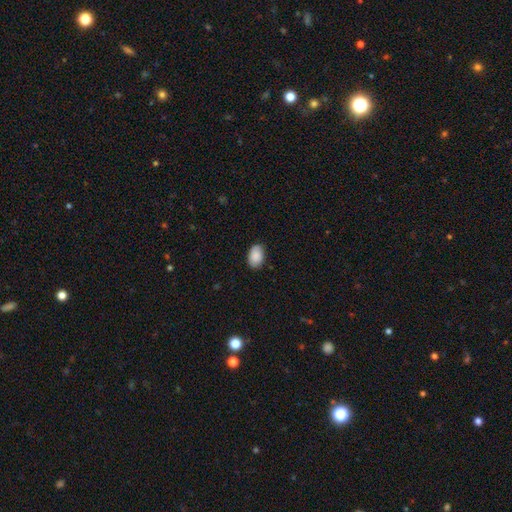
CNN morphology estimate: smooth_or_featured: smooth (p=0.88) [alt: star or artifact p=0.07]
how_rounded: in between (p=0.88) [alt: round p=0.11]
merging: none (p=0.83) [alt: minor disturbance p=0.13]